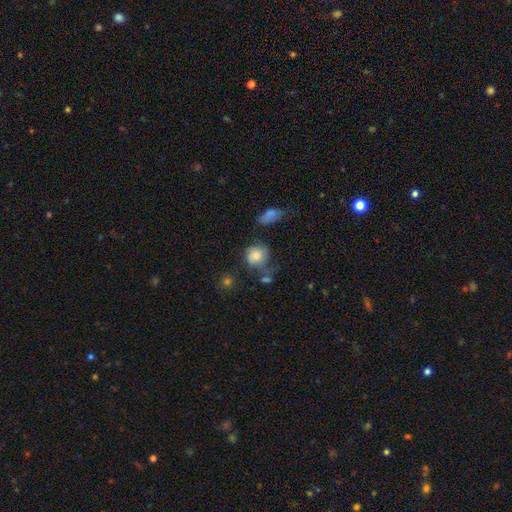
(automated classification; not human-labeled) Smooth or featured? smooth (70%)
How rounded? round (76%)
Merging? none (46%)